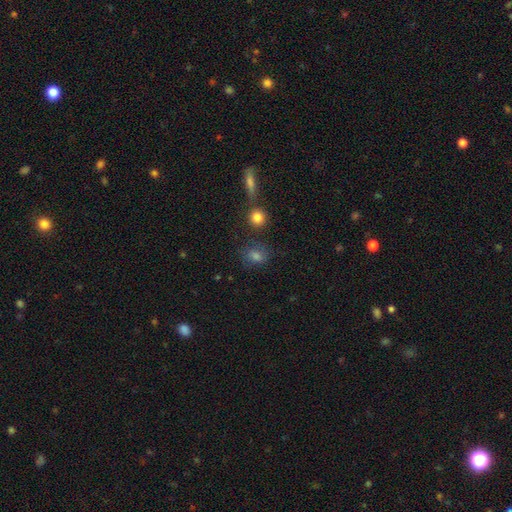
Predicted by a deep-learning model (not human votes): smooth_or_featured: smooth (p=0.69) [alt: star or artifact p=0.19]
how_rounded: in between (p=0.51) [alt: round p=0.46]
merging: none (p=0.70) [alt: minor disturbance p=0.16]